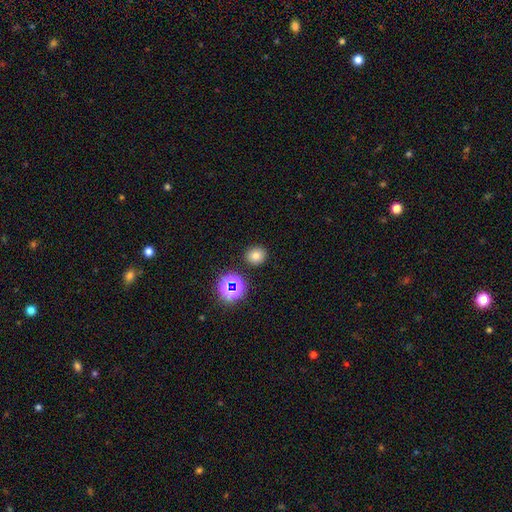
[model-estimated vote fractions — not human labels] Smooth or featured?
  - smooth: 73% *
  - star or artifact: 19%
  - featured or disk: 8%
How rounded?
  - round: 81% *
  - in between: 18%
  - cigar-shaped: 1%
Merging?
  - none: 89% *
  - minor disturbance: 7%
  - merger: 2%
  - major disturbance: 2%